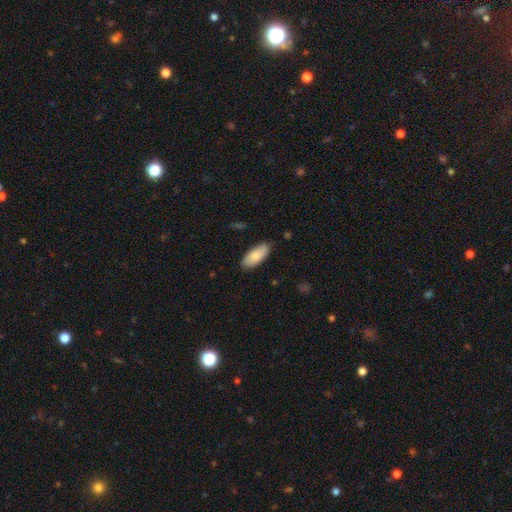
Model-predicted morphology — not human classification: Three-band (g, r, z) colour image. It shows a smooth galaxy with no disk features (83%) that is in between round and cigar-shaped (86%). Merging: none (85%).